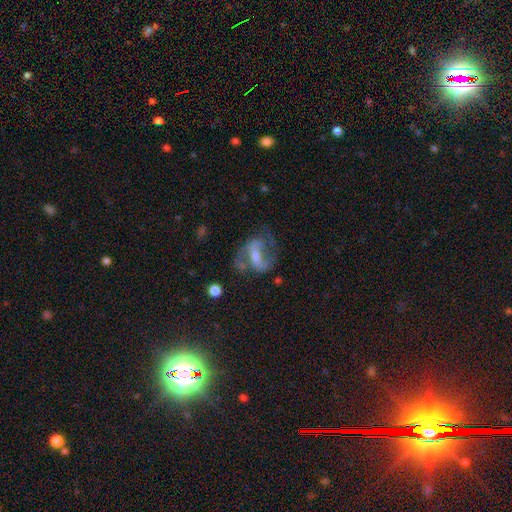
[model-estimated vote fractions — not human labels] Smooth or featured? featured or disk (75%)
Edge-on disk? no (95%)
Bar? weak (40%)
Spiral arms? yes (84%)
Spiral winding? medium (49%)
Spiral arm count? 2 (80%)
Bulge size? moderate (44%)
Merging? none (53%)